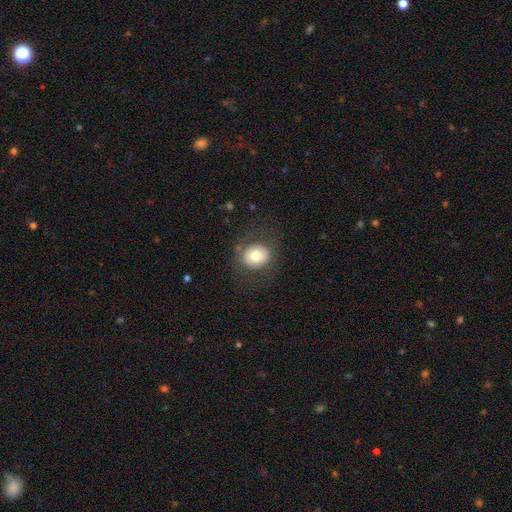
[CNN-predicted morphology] Smooth or featured? Predicted: smooth (p=0.70). How rounded? Predicted: round (p=0.79). Merging? Predicted: none (p=0.81).